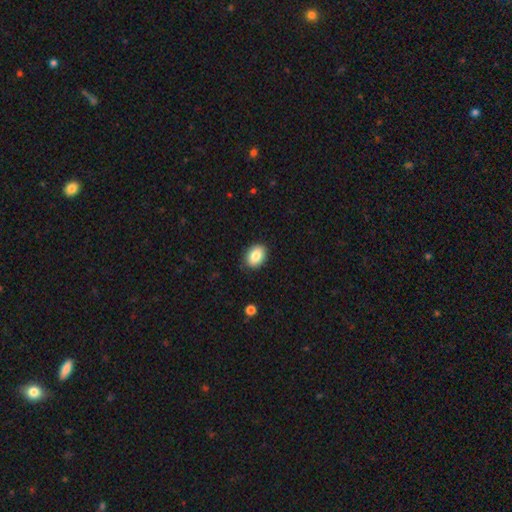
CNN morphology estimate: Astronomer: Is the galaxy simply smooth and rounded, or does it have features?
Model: smooth — 85%.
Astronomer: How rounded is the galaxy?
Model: in between — 76%.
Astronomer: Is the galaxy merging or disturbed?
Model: none — 87%.